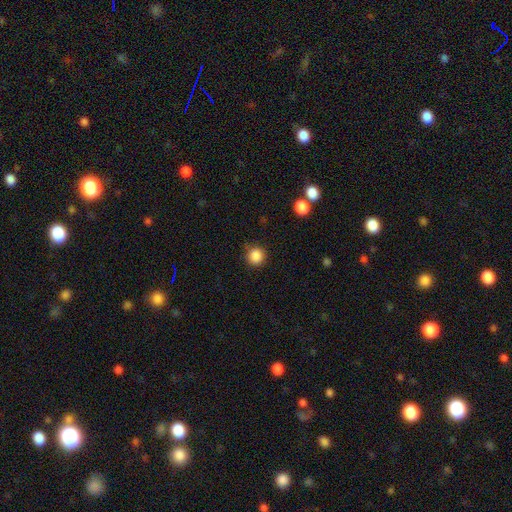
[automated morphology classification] type=smooth (86%); roundness=round (94%); merging=none (85%).